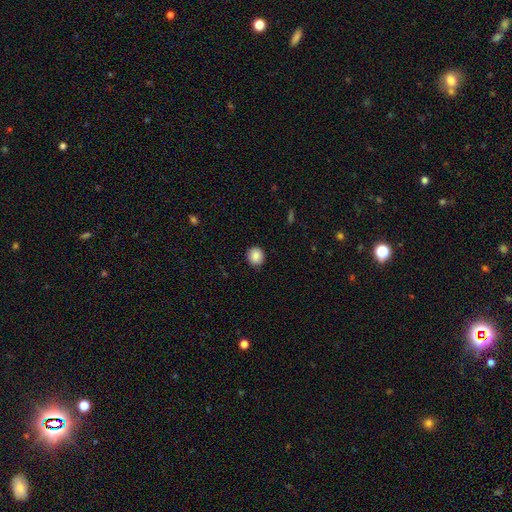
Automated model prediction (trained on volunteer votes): Smooth or featured?
  - smooth: 88% *
  - star or artifact: 8%
  - featured or disk: 4%
How rounded?
  - round: 85% *
  - in between: 14%
  - cigar-shaped: 1%
Merging?
  - none: 90% *
  - minor disturbance: 7%
  - major disturbance: 2%
  - merger: 1%